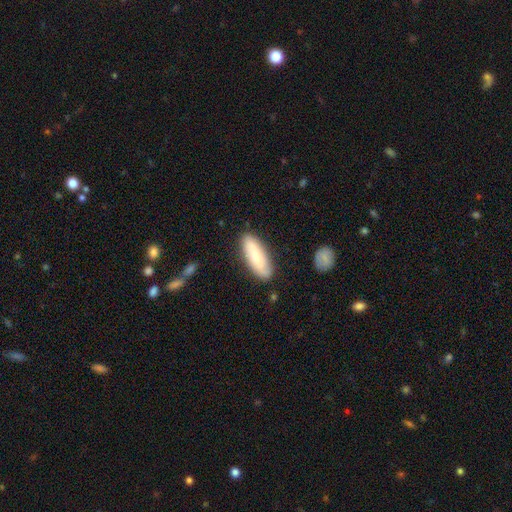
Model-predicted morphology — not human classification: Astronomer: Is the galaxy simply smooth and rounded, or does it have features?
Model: smooth — 71%.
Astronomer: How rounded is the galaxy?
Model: in between — 58% (runner-up: cigar-shaped, 41%).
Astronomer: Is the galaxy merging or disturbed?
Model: none — 83%.